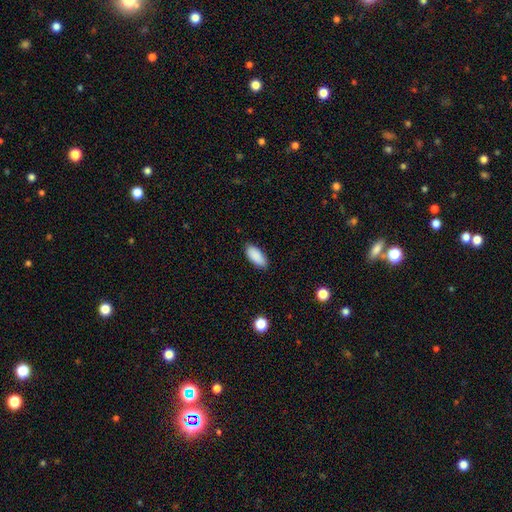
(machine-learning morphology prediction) This is clearly a smooth galaxy (90%). How rounded: clearly in between (88%). Merging: clearly none (86%).